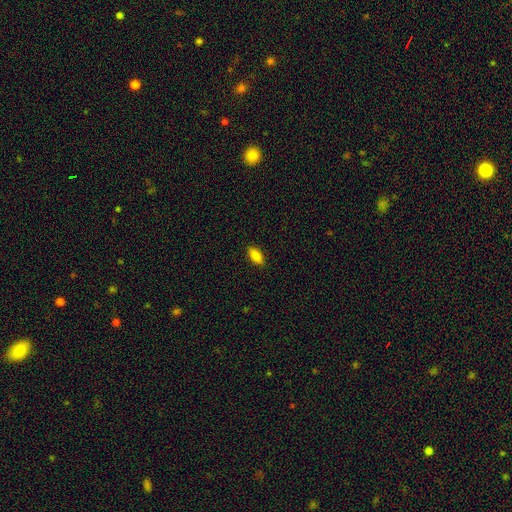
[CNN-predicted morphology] Smooth or featured?
  - smooth: 85% *
  - star or artifact: 8%
  - featured or disk: 7%
How rounded?
  - in between: 88% *
  - cigar-shaped: 9%
  - round: 3%
Merging?
  - none: 89% *
  - minor disturbance: 9%
  - major disturbance: 2%
  - merger: 1%